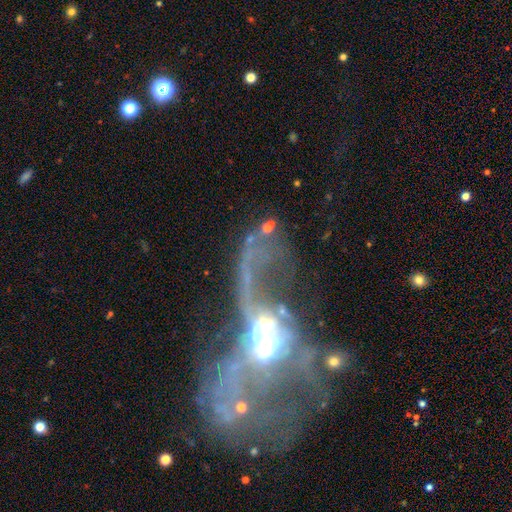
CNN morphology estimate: Smooth or featured: featured or disk — 67% (star or artifact — 18%)
Edge-on disk: no — 92% (yes — 8%)
Bar: no — 70% (weak — 20%)
Spiral arms: no — 54% (yes — 46%)
Bulge size: moderate — 54% (small — 21%)
Merging: merger — 46% (major disturbance — 35%)